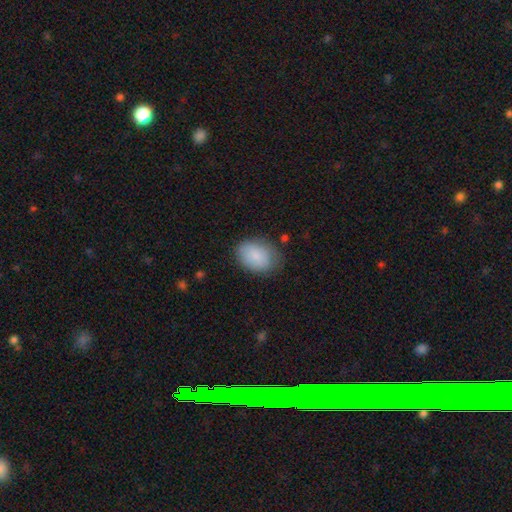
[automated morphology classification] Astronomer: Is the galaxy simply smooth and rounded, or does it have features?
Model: smooth — 83%.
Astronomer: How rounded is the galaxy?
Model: in between — 76%.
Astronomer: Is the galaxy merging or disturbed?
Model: none — 72%.